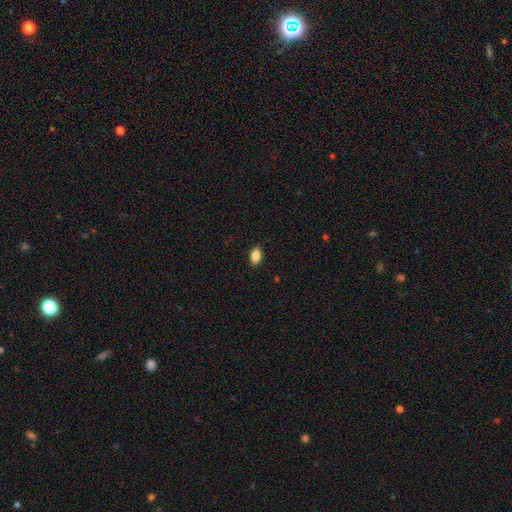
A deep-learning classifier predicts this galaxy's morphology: This appears to be a smooth galaxy with no disk features (86%) that is in between round and cigar-shaped (89%). Merging: none (88%).